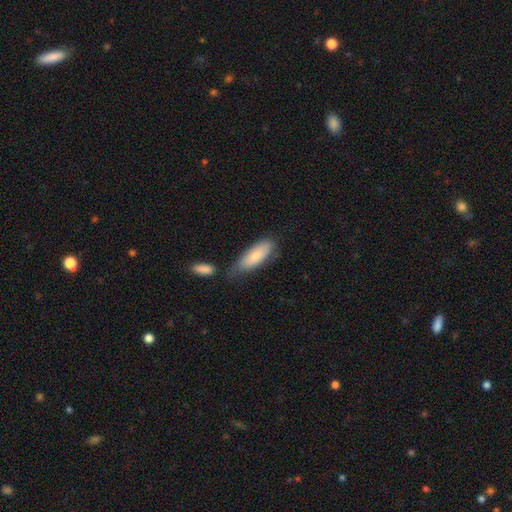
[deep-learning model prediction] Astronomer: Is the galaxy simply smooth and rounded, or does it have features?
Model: smooth — 79%.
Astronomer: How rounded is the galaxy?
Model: in between — 67%.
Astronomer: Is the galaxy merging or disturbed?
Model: none — 51% (runner-up: minor disturbance, 27%).